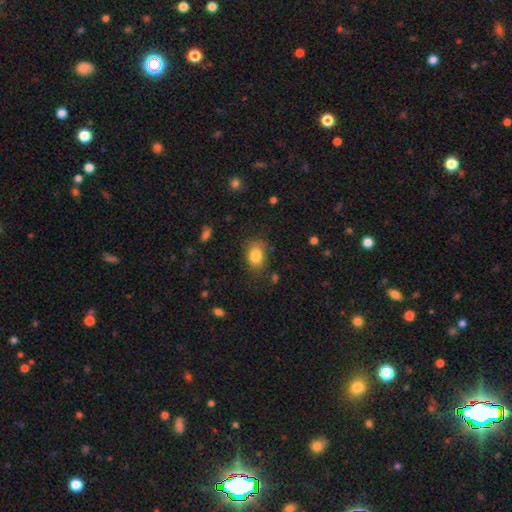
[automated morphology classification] This appears to be a smooth galaxy with no disk features (83%) that is in between round and cigar-shaped (71%). Merging: none (73%).